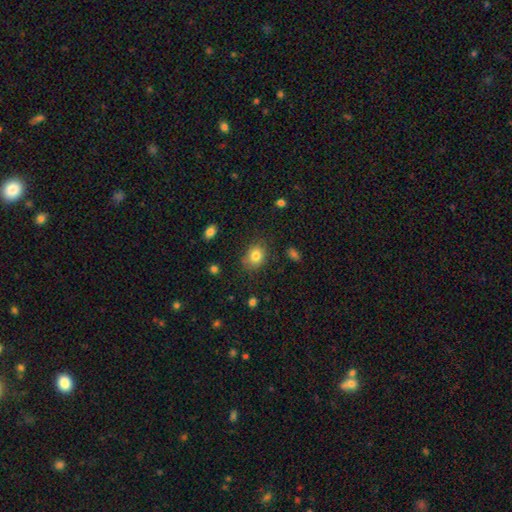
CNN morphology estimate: smooth-or-featured: smooth: 80% | star or artifact: 10% | featured or disk: 10%
  how-rounded: in between: 53% | round: 46% | cigar-shaped: 1%
  merging: none: 75% | minor disturbance: 18% | major disturbance: 5% | merger: 2%